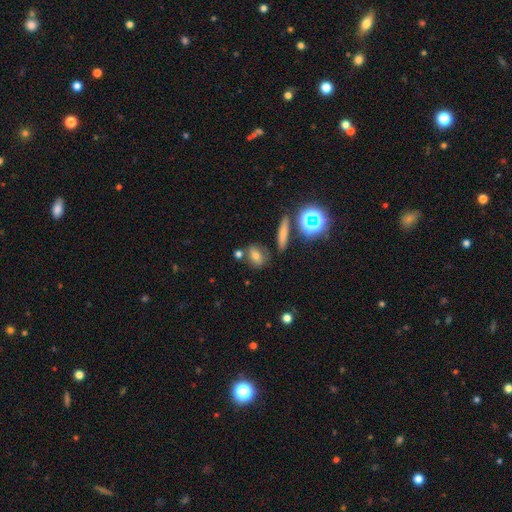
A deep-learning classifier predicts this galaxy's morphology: smooth_or_featured: smooth (p=0.66) [alt: star or artifact p=0.17]
how_rounded: in between (p=0.57) [alt: round p=0.35]
merging: none (p=0.71) [alt: minor disturbance p=0.13]